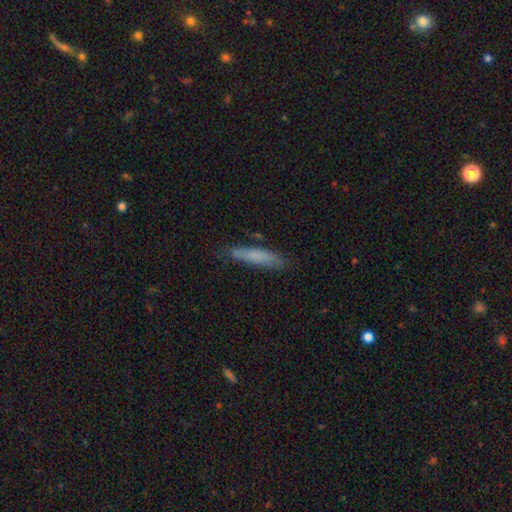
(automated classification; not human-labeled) Smooth or featured?
  - smooth: 71% *
  - featured or disk: 22%
  - star or artifact: 7%
How rounded?
  - cigar-shaped: 89% *
  - in between: 10%
  - round: 1%
Merging?
  - none: 74% *
  - minor disturbance: 19%
  - major disturbance: 4%
  - merger: 2%